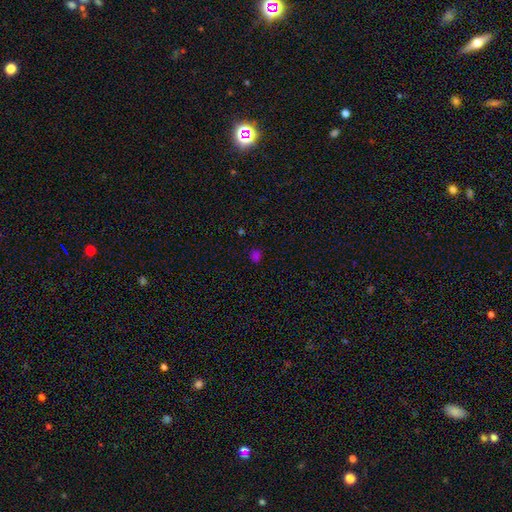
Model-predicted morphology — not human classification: smooth 68%, star or artifact 28%, featured or disk 4%. Down the decision tree: how rounded — round (68%); merging — none (82%).